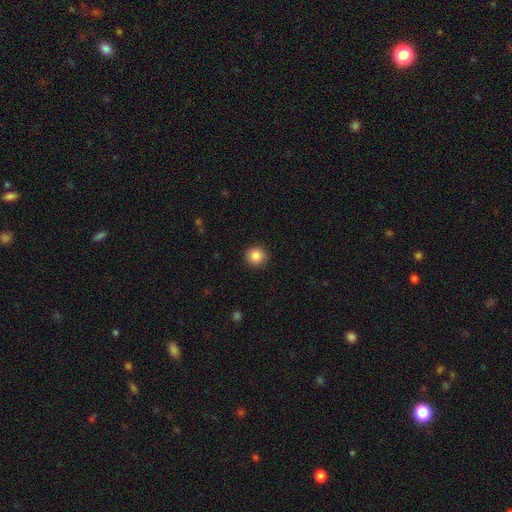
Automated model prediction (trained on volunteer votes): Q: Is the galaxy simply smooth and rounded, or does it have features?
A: smooth — 87%.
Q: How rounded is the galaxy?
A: round — 94%.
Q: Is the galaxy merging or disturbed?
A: none — 92%.